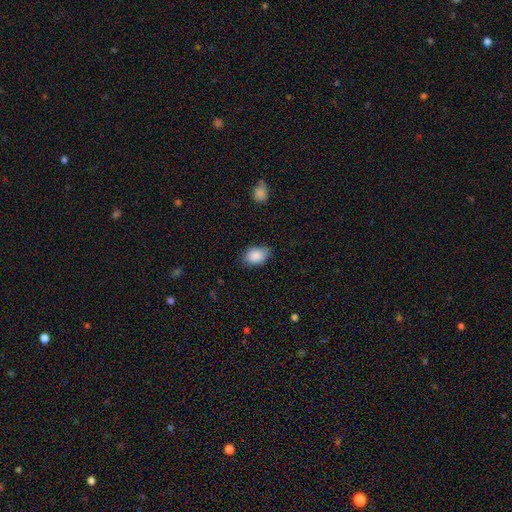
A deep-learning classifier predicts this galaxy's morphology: Smooth or featured? Predicted: smooth (p=0.88). How rounded? Predicted: in between (p=0.83). Merging? Predicted: none (p=0.73).